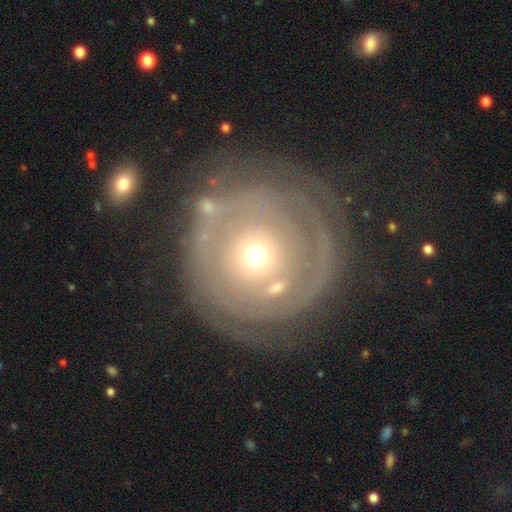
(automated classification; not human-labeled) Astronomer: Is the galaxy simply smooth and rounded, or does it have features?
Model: featured or disk — 73%.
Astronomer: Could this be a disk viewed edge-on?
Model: no — 96%.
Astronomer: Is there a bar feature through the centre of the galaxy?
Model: no — 87%.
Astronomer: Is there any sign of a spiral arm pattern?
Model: yes — 61% (runner-up: no, 39%).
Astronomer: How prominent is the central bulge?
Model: moderate — 54% (runner-up: small, 38%).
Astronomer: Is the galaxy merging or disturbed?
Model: none — 69%.